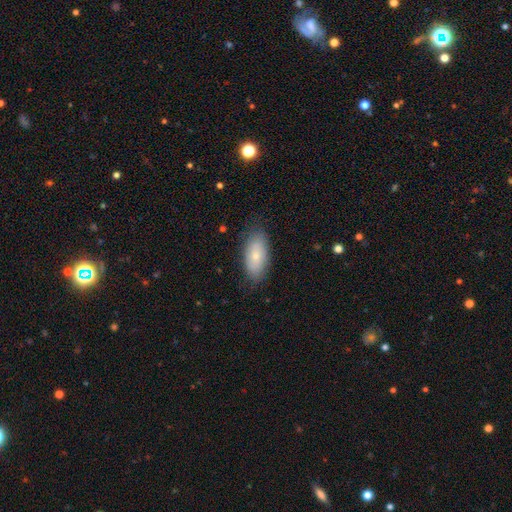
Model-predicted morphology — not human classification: Smooth or featured: smooth — 74% (featured or disk — 19%)
How rounded: in between — 91% (cigar-shaped — 7%)
Merging: none — 80% (minor disturbance — 16%)